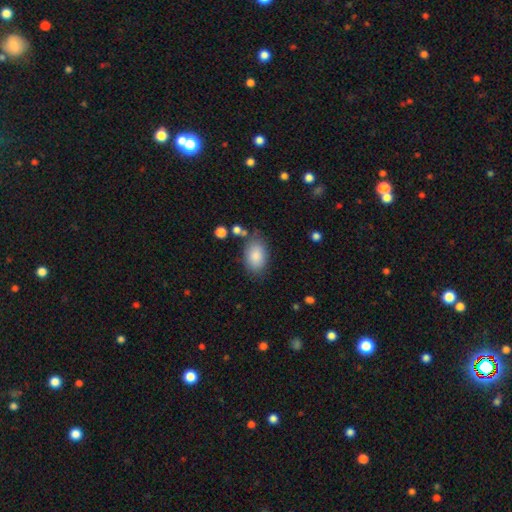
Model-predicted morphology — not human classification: This is clearly a smooth galaxy (87%). How rounded: clearly in between (89%). Merging: likely none (72%).